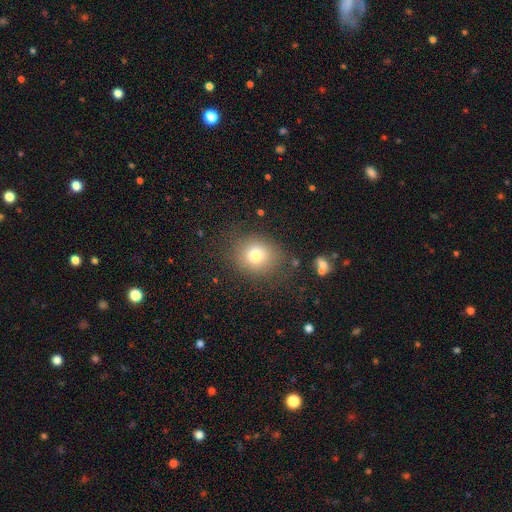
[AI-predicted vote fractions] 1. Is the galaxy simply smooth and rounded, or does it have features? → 74% smooth, 13% star or artifact, 12% featured or disk.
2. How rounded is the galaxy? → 74% round, 25% in between, 1% cigar-shaped.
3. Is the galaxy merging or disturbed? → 79% none, 12% minor disturbance, 6% major disturbance, 2% merger.